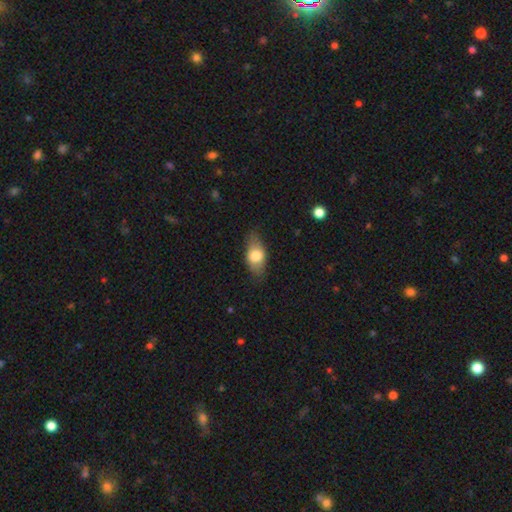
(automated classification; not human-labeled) Smooth or featured? Predicted: smooth (p=0.70). How rounded? Predicted: in between (p=0.84). Merging? Predicted: none (p=0.76).